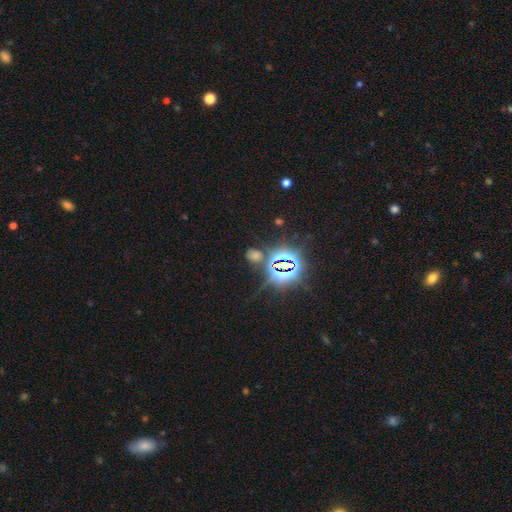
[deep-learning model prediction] The model was most divided on "smooth or featured": star or artifact: 65%, smooth: 27%, featured or disk: 8%.